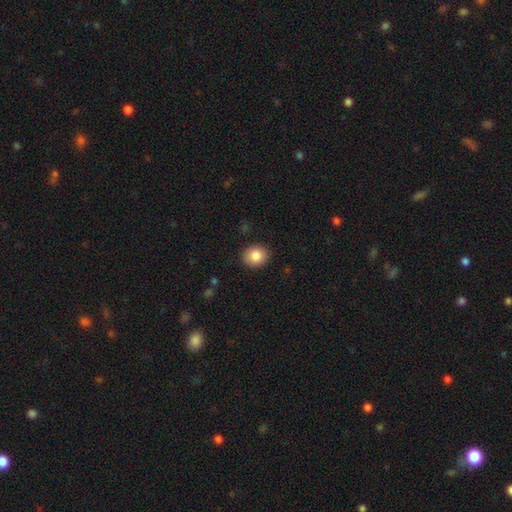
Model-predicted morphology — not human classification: smooth_or_featured: smooth (p=0.85) [alt: star or artifact p=0.08]
how_rounded: round (p=0.70) [alt: in between p=0.29]
merging: none (p=0.89) [alt: minor disturbance p=0.07]